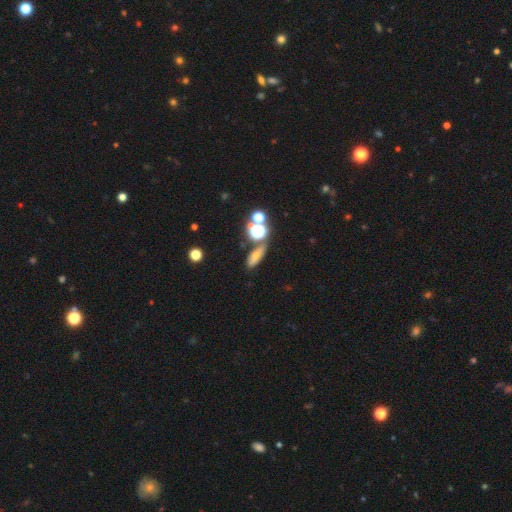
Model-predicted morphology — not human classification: This is likely a smooth galaxy (61%). How rounded: marginally in between (44%). Merging: likely none (70%).